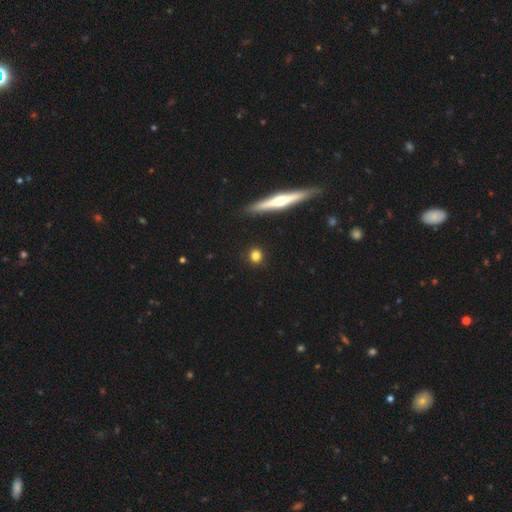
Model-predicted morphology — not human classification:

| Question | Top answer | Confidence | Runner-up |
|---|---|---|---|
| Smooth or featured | smooth | 79% | featured or disk (11%) |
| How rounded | round | 83% | in between (13%) |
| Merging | none | 90% | minor disturbance (6%) |